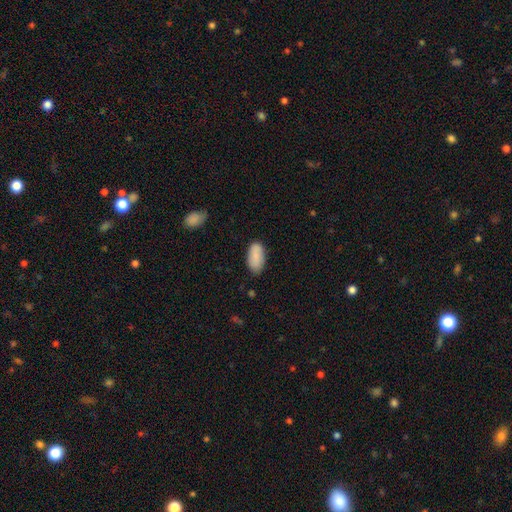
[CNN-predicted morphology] type=smooth (87%); roundness=in between (93%); merging=none (77%).